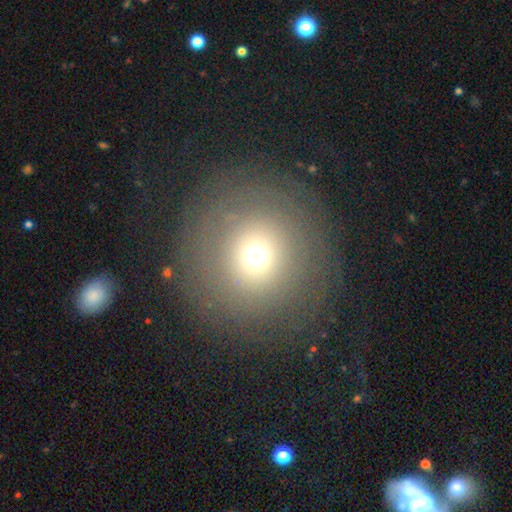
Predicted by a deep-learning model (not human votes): Morphology: type=smooth (61%); roundness=round (95%); merging=none (84%).